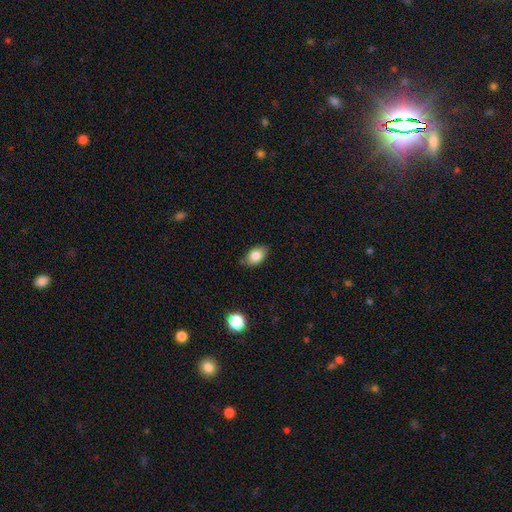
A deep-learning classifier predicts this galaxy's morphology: Smooth or featured: smooth — 82% (featured or disk — 10%)
How rounded: in between — 86% (round — 12%)
Merging: none — 77% (minor disturbance — 18%)